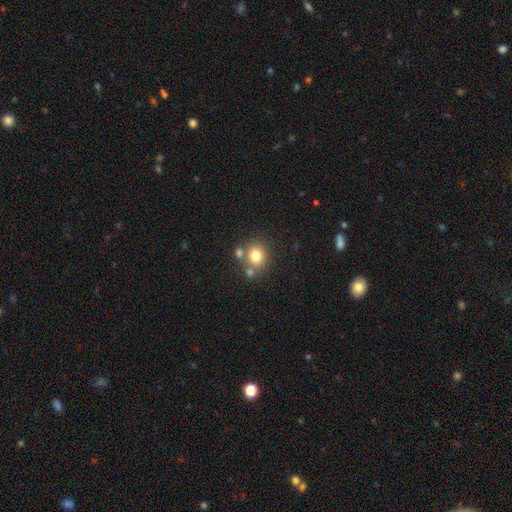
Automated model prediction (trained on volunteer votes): Morphology: type=smooth (77%); roundness=round (76%); merging=none (63%).